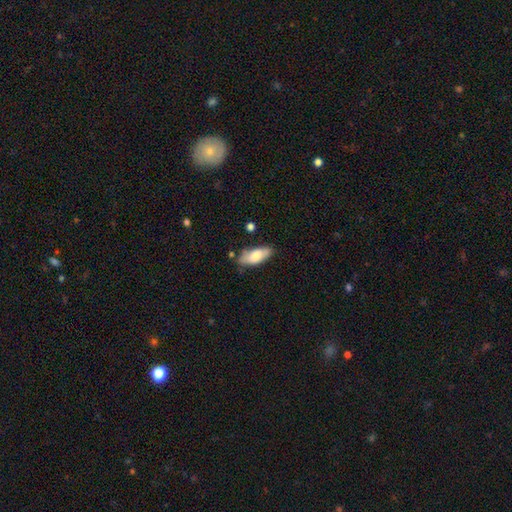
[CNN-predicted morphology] A smooth galaxy with no disk features (78%) that is in between round and cigar-shaped (78%).

Vote fractions:
- Smooth or featured? smooth: 78% / featured or disk: 16% / star or artifact: 6%
- How rounded? in between: 78% / cigar-shaped: 21% / round: 2%
- Merging? none: 71% / minor disturbance: 21% / merger: 4% / major disturbance: 4%